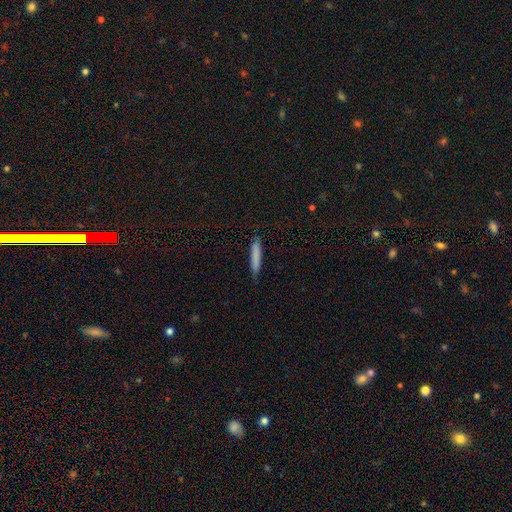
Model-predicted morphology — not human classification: Smooth or featured: smooth — 80% (featured or disk — 13%)
How rounded: cigar-shaped — 93% (in between — 6%)
Merging: none — 82% (minor disturbance — 14%)